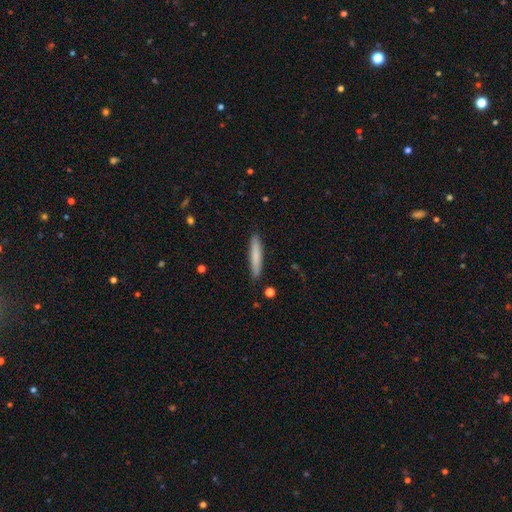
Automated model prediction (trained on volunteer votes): This appears to be a smooth galaxy with no disk features (77%) that is cigar-shaped (93%). Merging: none (88%).